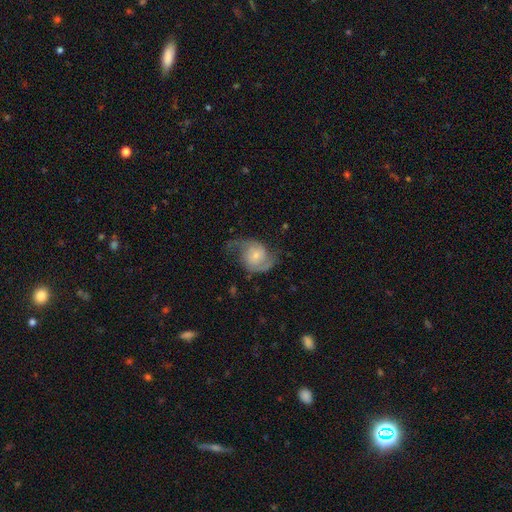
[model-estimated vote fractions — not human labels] Overall: featured or disk (77%). Edge-on disk: no (98%). Bar: no (68%). Spiral arms: yes (94%). Spiral arm count: 2 (89%). Spiral winding: medium (43%, tied with loose). Bulge size: small (63%; moderate 28%). Merging: none (60%; minor disturbance 21%).